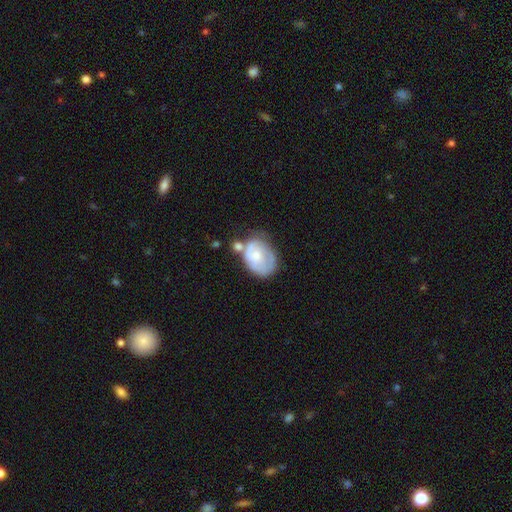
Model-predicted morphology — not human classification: Smooth or featured? Predicted: featured or disk (p=0.49). Merging? Predicted: none (p=0.37).